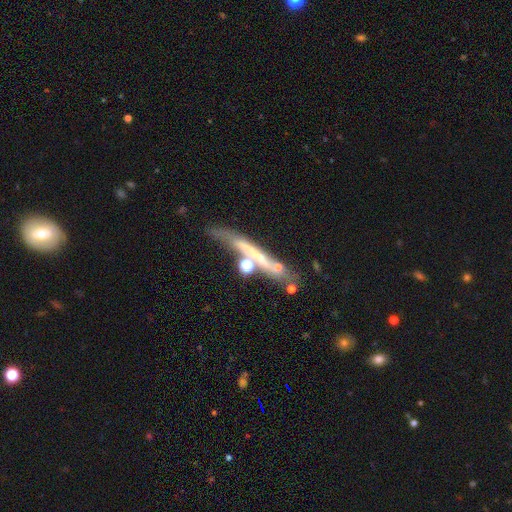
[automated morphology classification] This is possibly a featured or disk galaxy (52%). It is likely viewed edge-on (75%). Merging: possibly none (50%).